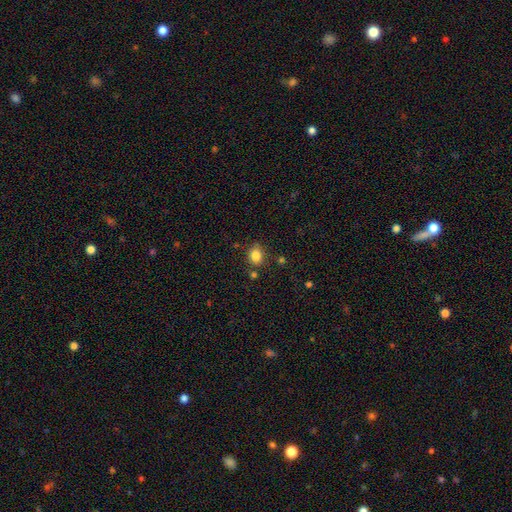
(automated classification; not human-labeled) Overall: smooth (83%). How rounded: round (51%; in between 48%). Merging: none (77%).